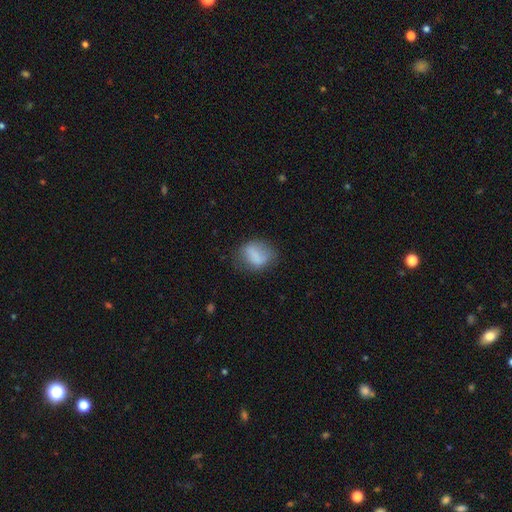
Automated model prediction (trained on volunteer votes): Smooth or featured?
  - smooth: 74% *
  - featured or disk: 18%
  - star or artifact: 8%
How rounded?
  - in between: 59% *
  - round: 39%
  - cigar-shaped: 3%
Merging?
  - none: 57% *
  - minor disturbance: 27%
  - major disturbance: 13%
  - merger: 3%